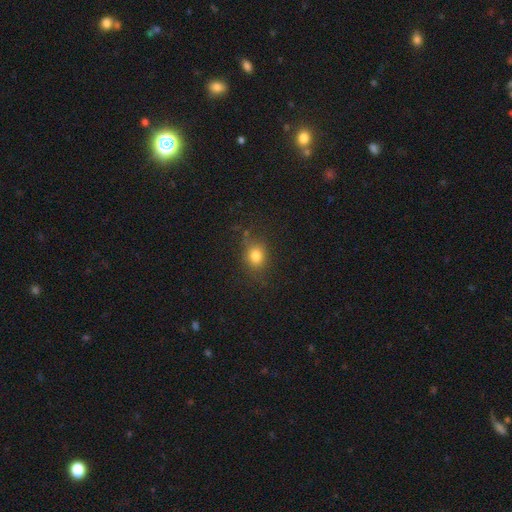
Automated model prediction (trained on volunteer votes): Morphology: type=smooth (79%); roundness=round (56%); merging=none (75%).